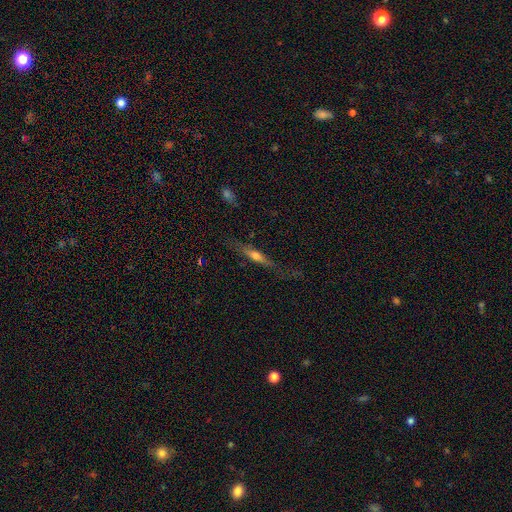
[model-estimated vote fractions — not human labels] Smooth or featured? Predicted: featured or disk (p=0.53). Edge-on disk? Predicted: yes (p=0.91). Merging? Predicted: none (p=0.72).